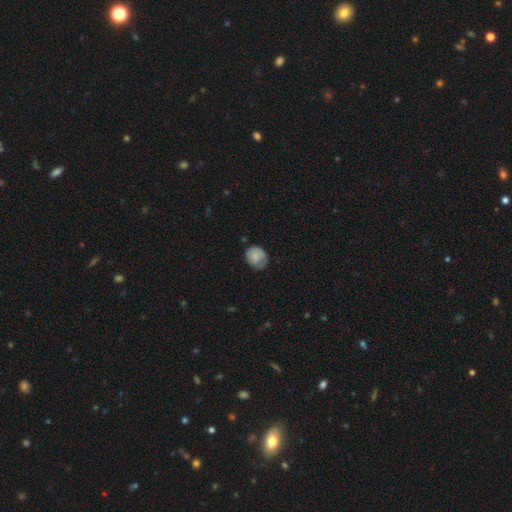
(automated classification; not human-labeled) Smooth or featured: smooth — 69% (featured or disk — 23%)
How rounded: round — 71% (in between — 29%)
Merging: none — 58% (minor disturbance — 30%)